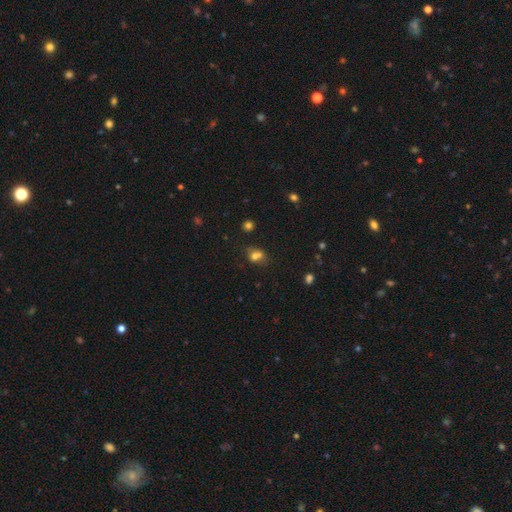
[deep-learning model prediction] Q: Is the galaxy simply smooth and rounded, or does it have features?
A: smooth — 67%.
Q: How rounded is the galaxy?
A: round — 56%.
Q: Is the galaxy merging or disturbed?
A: none — 41%.